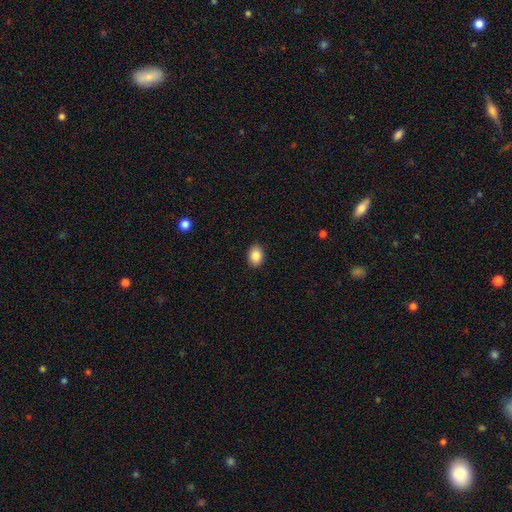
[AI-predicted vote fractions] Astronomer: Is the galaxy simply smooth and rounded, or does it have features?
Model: smooth — 87%.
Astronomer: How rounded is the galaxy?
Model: in between — 71%.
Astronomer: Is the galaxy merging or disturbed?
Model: none — 90%.